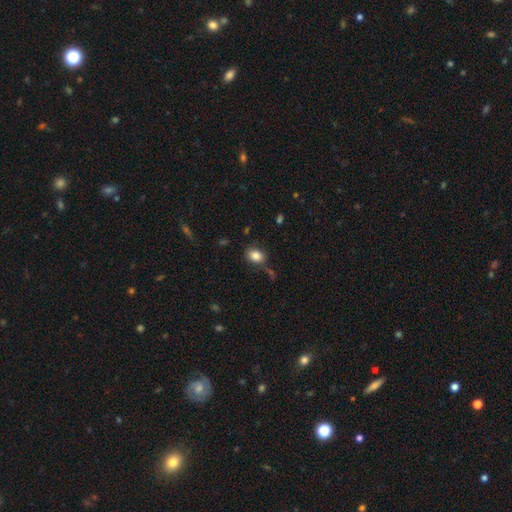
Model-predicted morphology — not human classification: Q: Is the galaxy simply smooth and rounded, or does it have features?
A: smooth — 84%.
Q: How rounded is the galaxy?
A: in between — 58%.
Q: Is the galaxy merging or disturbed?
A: none — 73%.